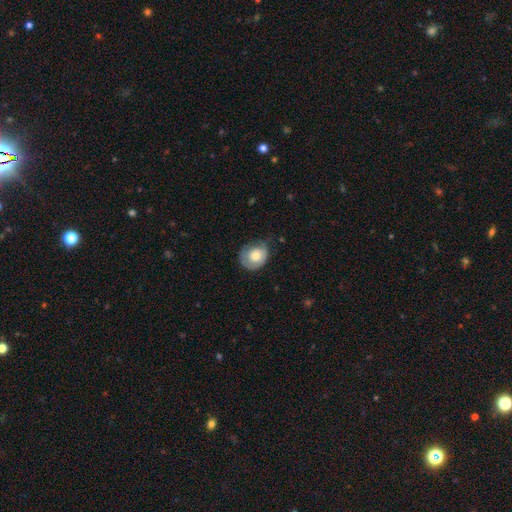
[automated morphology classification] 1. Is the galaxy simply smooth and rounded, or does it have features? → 68% smooth, 25% featured or disk, 7% star or artifact.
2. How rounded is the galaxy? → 69% round, 30% in between, 1% cigar-shaped.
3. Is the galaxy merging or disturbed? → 50% none, 35% minor disturbance, 13% major disturbance, 2% merger.